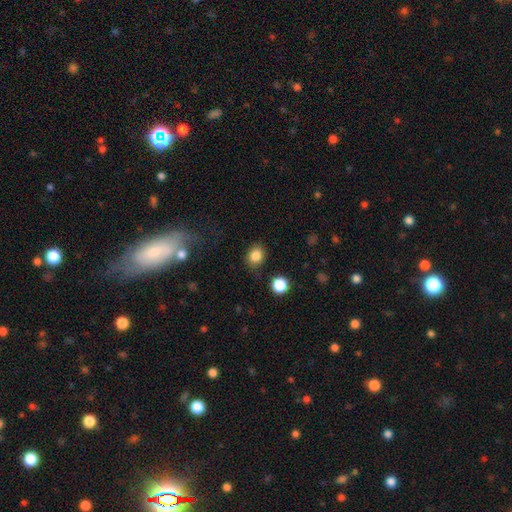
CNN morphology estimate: The model was most divided on "how rounded": round: 63%, in between: 36%, cigar-shaped: 1%. More confident: smooth or featured — smooth (84%); merging — none (81%).